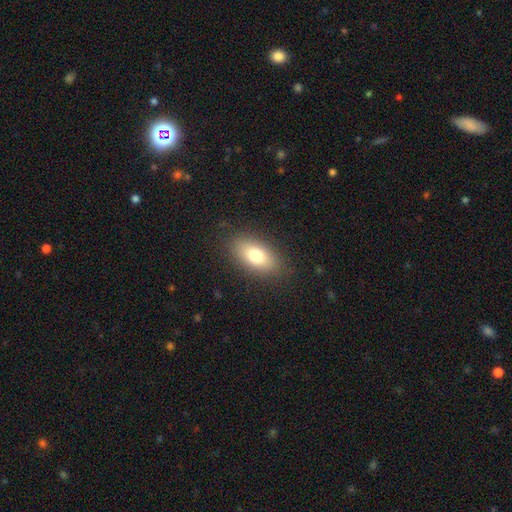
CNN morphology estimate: smooth-or-featured: smooth: 76% | featured or disk: 15% | star or artifact: 9%
  how-rounded: in between: 88% | round: 6% | cigar-shaped: 6%
  merging: none: 86% | minor disturbance: 10% | major disturbance: 3% | merger: 1%